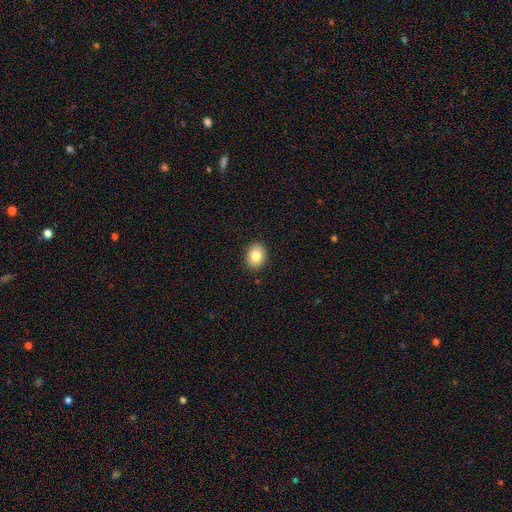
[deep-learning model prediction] Overall: smooth (81%). How rounded: round (50%; in between 49%). Merging: none (90%).